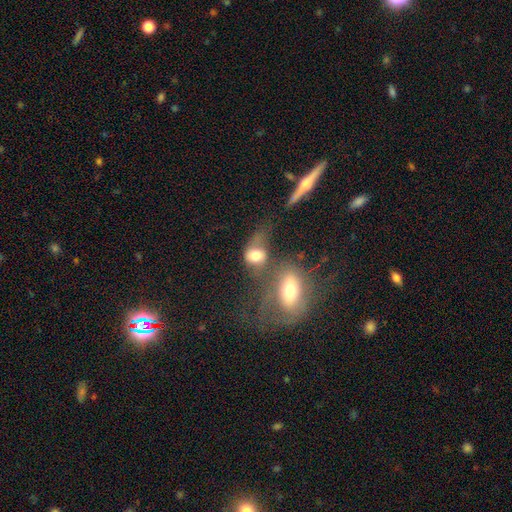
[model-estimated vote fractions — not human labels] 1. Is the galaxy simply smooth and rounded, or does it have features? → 67% smooth, 22% featured or disk, 11% star or artifact.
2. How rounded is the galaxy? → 65% in between, 33% round, 3% cigar-shaped.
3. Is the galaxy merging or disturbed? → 42% merger, 22% none, 21% major disturbance, 15% minor disturbance.